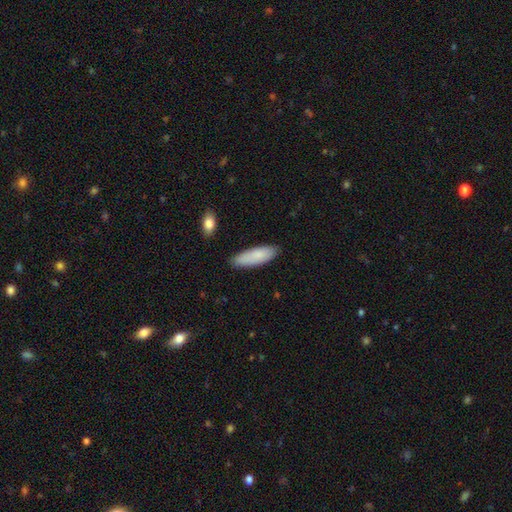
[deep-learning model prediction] Smooth or featured: smooth — 85% (featured or disk — 9%)
How rounded: in between — 57% (cigar-shaped — 42%)
Merging: none — 83% (minor disturbance — 13%)